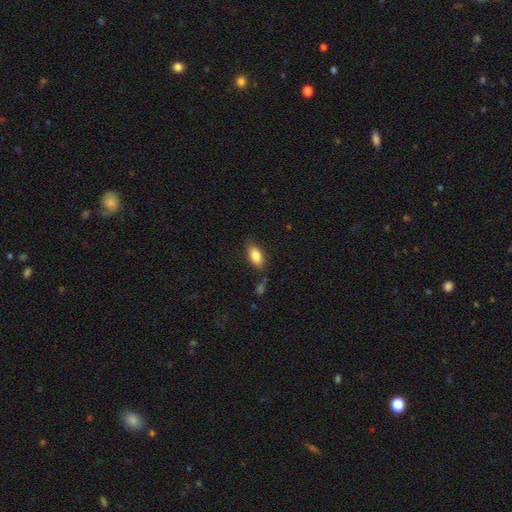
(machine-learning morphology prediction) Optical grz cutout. It shows a smooth galaxy with no disk features (81%) that is in between round and cigar-shaped (88%). Merging: none (74%).